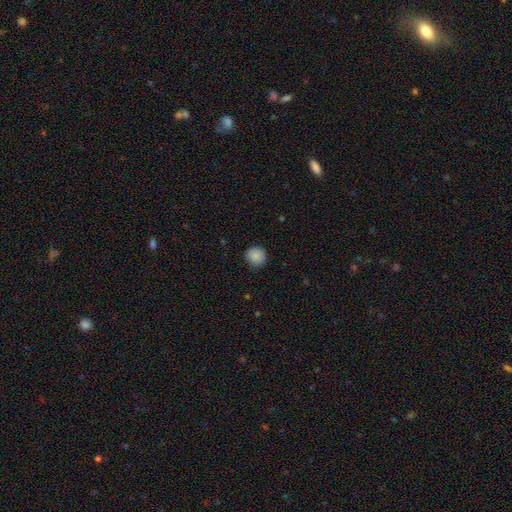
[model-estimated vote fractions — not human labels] Q: Smooth or featured?
A: smooth (88%); runner-up: star or artifact (8%)
Q: How rounded?
A: round (93%); runner-up: in between (6%)
Q: Merging?
A: none (88%); runner-up: minor disturbance (9%)